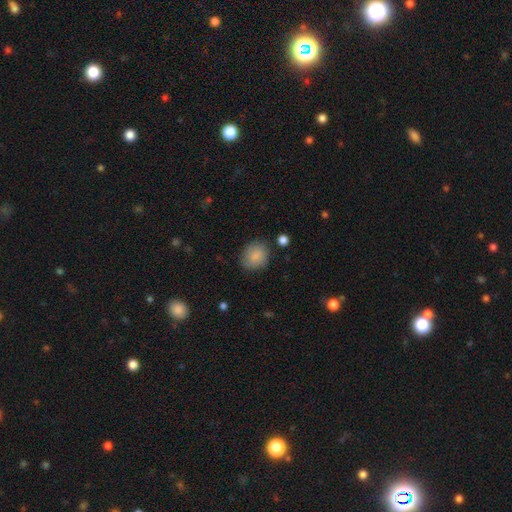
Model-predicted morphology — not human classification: smooth 86%, star or artifact 8%, featured or disk 6%. Down the decision tree: how rounded — round (69%); merging — none (80%).